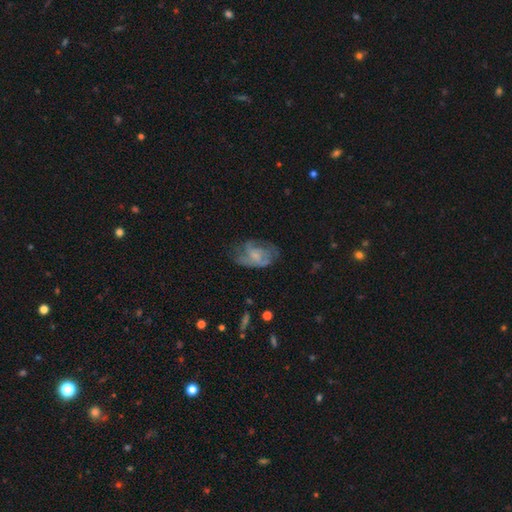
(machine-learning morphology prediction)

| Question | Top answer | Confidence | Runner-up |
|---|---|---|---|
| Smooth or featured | featured or disk | 62% | smooth (29%) |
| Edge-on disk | no | 96% | yes (4%) |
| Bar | no | 61% | weak (33%) |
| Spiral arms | yes | 73% | no (27%) |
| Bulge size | small | 49% | moderate (25%) |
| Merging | none | 47% | minor disturbance (26%) |